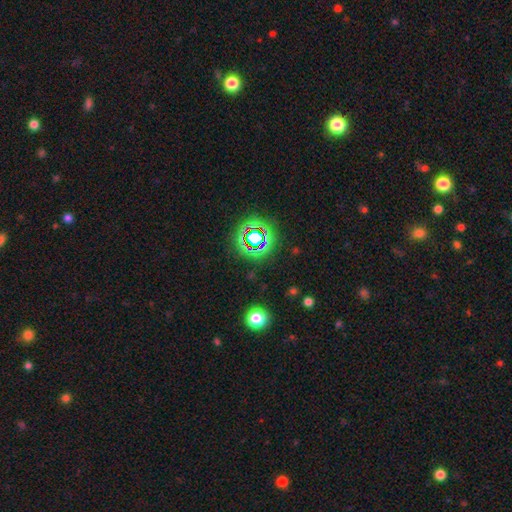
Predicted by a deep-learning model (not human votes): This appears to be a star or artifact, not a galaxy (57%).